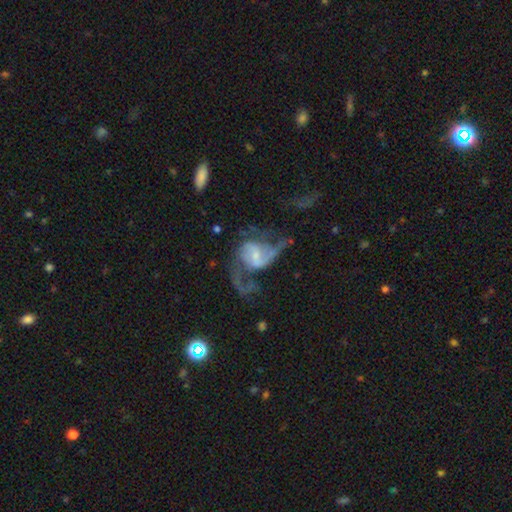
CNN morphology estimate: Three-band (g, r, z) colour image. It shows a featured or disk galaxy (83%) with a weak bar (53%), 2 (81%) loose (58%) spiral arms (92%) and a small central bulge (48%). Merging: none (40%).